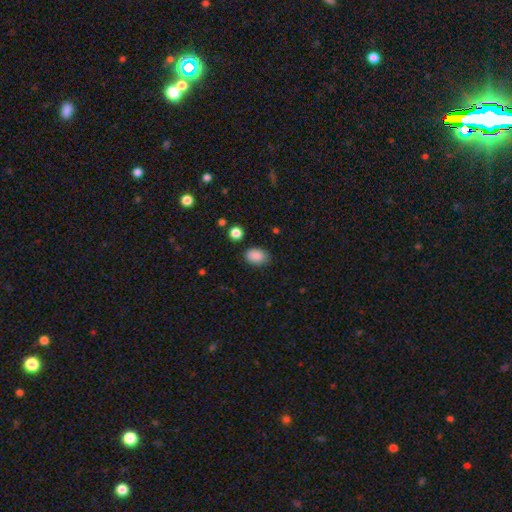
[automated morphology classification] smooth-or-featured: smooth: 88% | star or artifact: 8% | featured or disk: 4%
  how-rounded: in between: 82% | round: 17% | cigar-shaped: 1%
  merging: none: 80% | minor disturbance: 15% | major disturbance: 3% | merger: 2%